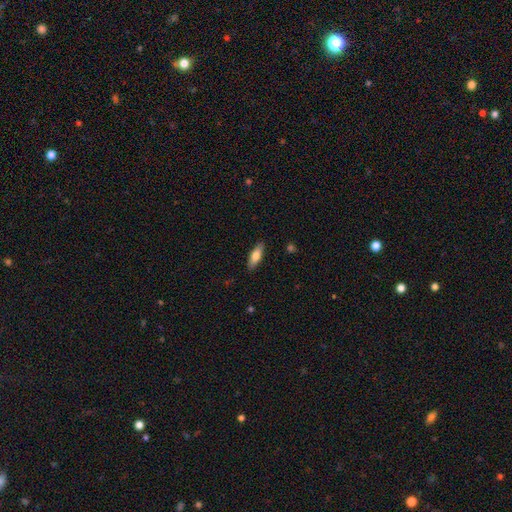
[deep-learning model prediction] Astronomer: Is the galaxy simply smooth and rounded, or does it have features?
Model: smooth — 75%.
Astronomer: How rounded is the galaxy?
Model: in between — 57% (runner-up: cigar-shaped, 41%).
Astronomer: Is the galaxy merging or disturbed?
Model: none — 88%.